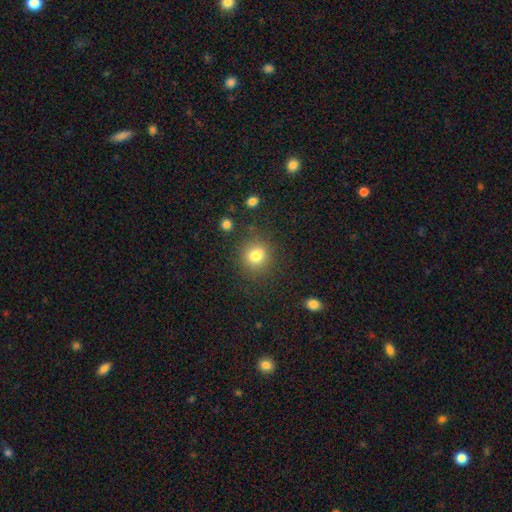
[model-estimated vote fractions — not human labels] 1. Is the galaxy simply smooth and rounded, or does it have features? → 79% smooth, 13% star or artifact, 8% featured or disk.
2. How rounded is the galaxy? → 82% round, 17% in between, 1% cigar-shaped.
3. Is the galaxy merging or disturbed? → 83% none, 10% minor disturbance, 4% major disturbance, 3% merger.